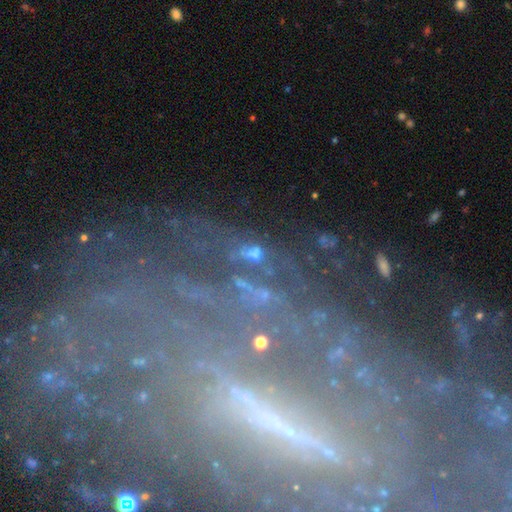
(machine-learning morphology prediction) type=featured or disk (49%); merging=none (62%).